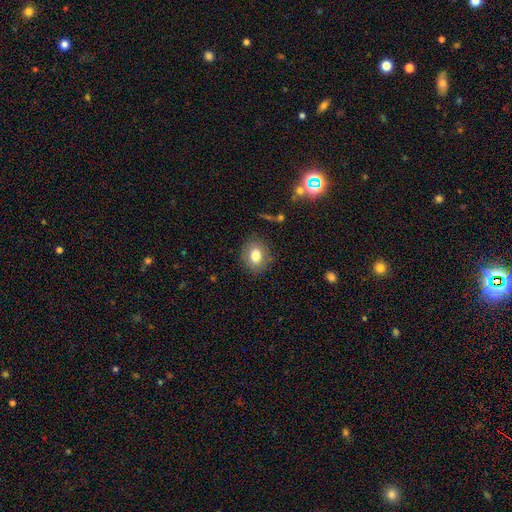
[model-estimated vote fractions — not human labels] Morphology: type=smooth (79%); roundness=round (51%); merging=none (85%).